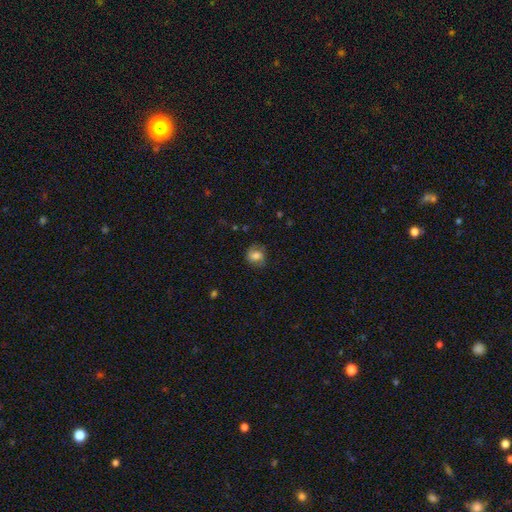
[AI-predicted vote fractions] Q: Smooth or featured?
A: smooth (73%); runner-up: featured or disk (17%)
Q: How rounded?
A: round (65%); runner-up: in between (33%)
Q: Merging?
A: none (70%); runner-up: minor disturbance (21%)